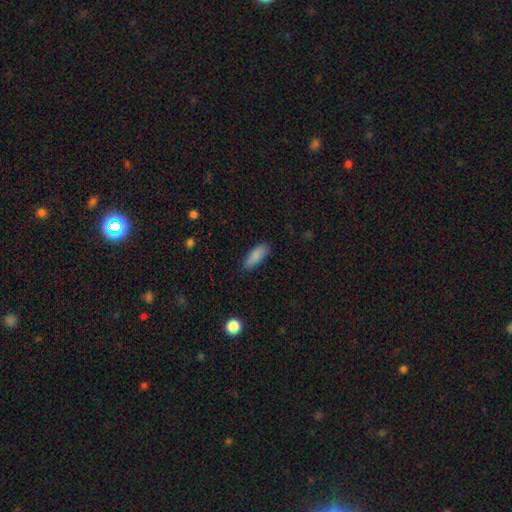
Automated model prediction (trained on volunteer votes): The model was most divided on "how rounded": in between: 67%, cigar-shaped: 31%, round: 2%. More confident: smooth or featured — smooth (87%); merging — none (86%).